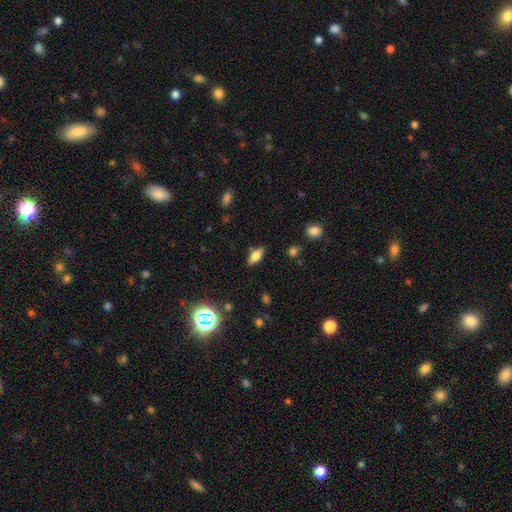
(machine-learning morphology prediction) Smooth or featured: smooth — 65% (featured or disk — 25%)
How rounded: in between — 80% (cigar-shaped — 16%)
Merging: none — 82% (minor disturbance — 13%)